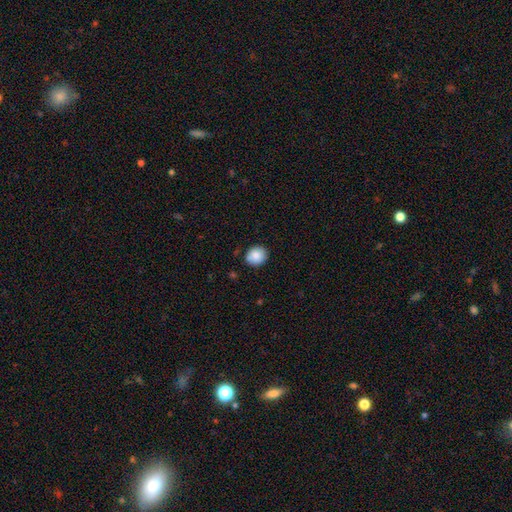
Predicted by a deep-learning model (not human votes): Smooth or featured? smooth (87%)
How rounded? round (79%)
Merging? none (86%)